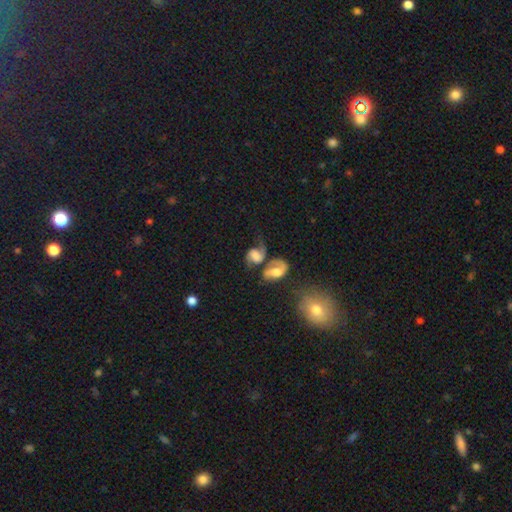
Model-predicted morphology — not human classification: Smooth or featured? Predicted: featured or disk (p=0.62). Edge-on disk? Predicted: no (p=0.96). Bar? Predicted: no (p=0.51). Spiral arms? Predicted: yes (p=0.88). Spiral winding? Predicted: loose (p=0.49). Spiral arm count? Predicted: 2 (p=0.72). Bulge size? Predicted: moderate (p=0.28). Merging? Predicted: merger (p=0.39).